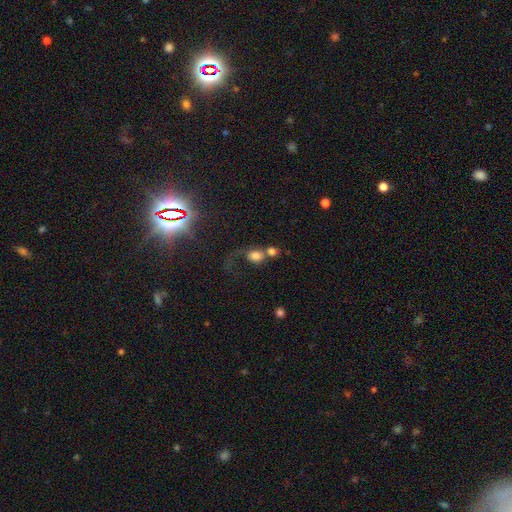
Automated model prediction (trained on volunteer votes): smooth_or_featured: smooth (p=0.68) [alt: featured or disk p=0.20]
how_rounded: round (p=0.53) [alt: in between p=0.45]
merging: merger (p=0.51) [alt: none p=0.22]